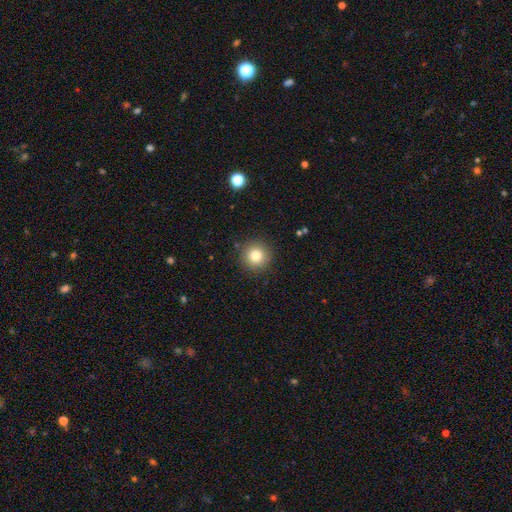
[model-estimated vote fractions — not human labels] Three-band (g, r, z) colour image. It shows a smooth galaxy with no disk features (81%) that is round (95%). Merging: none (89%).